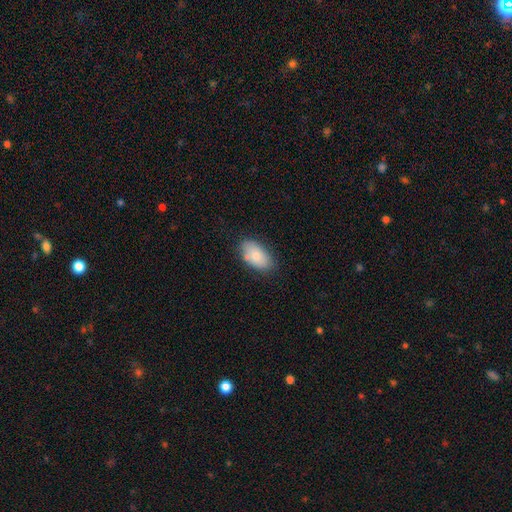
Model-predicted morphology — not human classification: The model was most divided on "merging": none: 75%, minor disturbance: 17%, merger: 4%, major disturbance: 4%. More confident: how rounded — in between (94%); smooth or featured — smooth (80%).